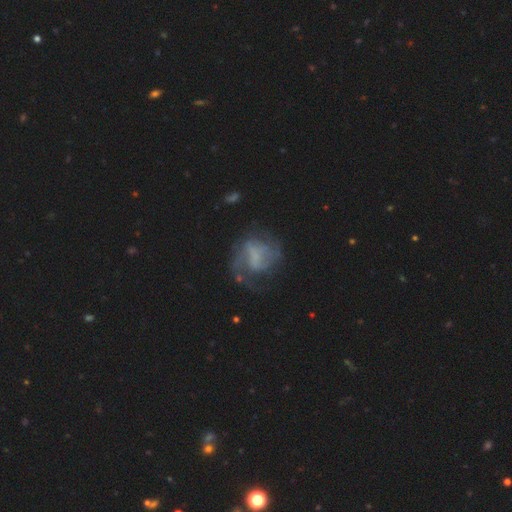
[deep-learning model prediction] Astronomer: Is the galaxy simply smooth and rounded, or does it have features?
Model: featured or disk — 71%.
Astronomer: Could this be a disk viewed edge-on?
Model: no — 98%.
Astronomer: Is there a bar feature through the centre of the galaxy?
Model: weak — 45% (runner-up: no, 34%).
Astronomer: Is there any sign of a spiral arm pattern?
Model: yes — 84%.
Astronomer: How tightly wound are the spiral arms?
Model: medium — 44% (runner-up: loose, 32%).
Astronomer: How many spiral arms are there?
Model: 2 — 54%.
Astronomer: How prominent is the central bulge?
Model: none — 55%.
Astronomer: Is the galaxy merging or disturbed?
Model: none — 54%.